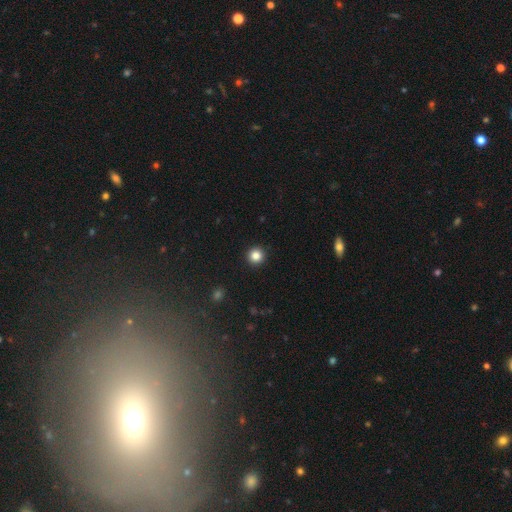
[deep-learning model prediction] This is clearly a smooth galaxy (84%). How rounded: clearly round (96%). Merging: clearly none (94%).